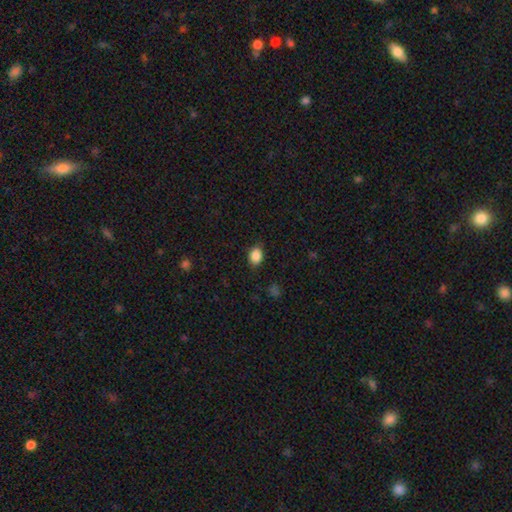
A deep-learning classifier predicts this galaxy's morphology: type=smooth (87%); roundness=in between (67%); merging=none (82%).